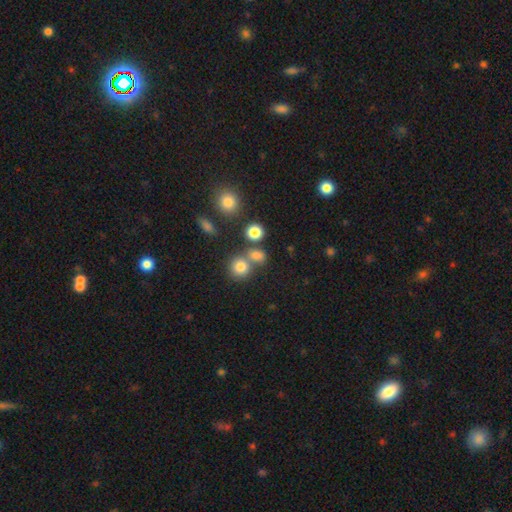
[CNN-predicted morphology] type=smooth (76%); roundness=round (70%); merging=none (56%).